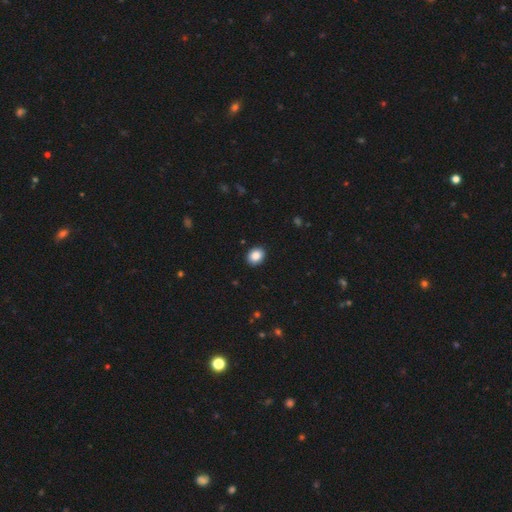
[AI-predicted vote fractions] A smooth galaxy with no disk features (87%) that is in between round and cigar-shaped (50%). Merging: none (91%).